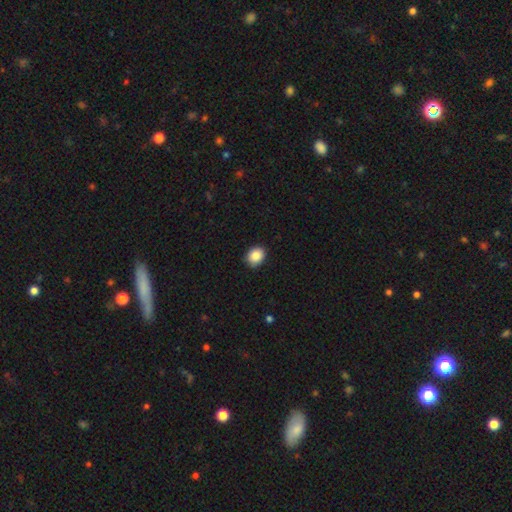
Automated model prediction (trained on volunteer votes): smooth 87%, star or artifact 8%, featured or disk 4%. Down the decision tree: how rounded — round (58%); merging — none (85%).